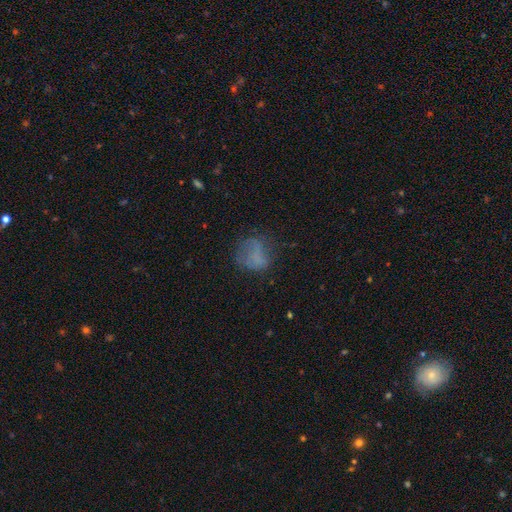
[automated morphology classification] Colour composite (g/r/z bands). It shows a smooth galaxy with no disk features (58%) that is round (62%). Merging: none (49%).